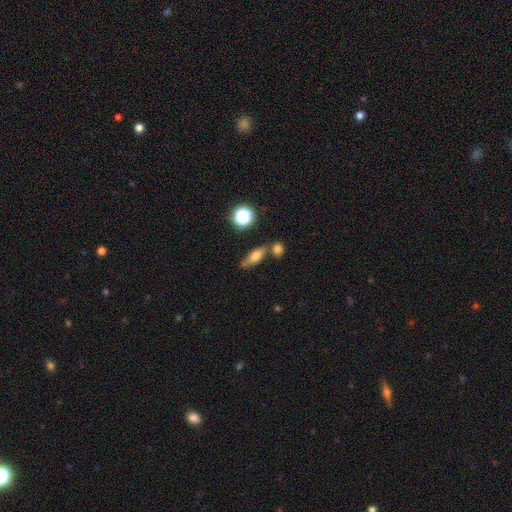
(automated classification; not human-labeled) A smooth galaxy with no disk features (64%) that is in between round and cigar-shaped (50%).

Vote fractions:
- Smooth or featured? smooth: 64% / featured or disk: 22% / star or artifact: 13%
- How rounded? in between: 50% / cigar-shaped: 39% / round: 10%
- Merging? none: 62% / merger: 18% / minor disturbance: 15% / major disturbance: 5%